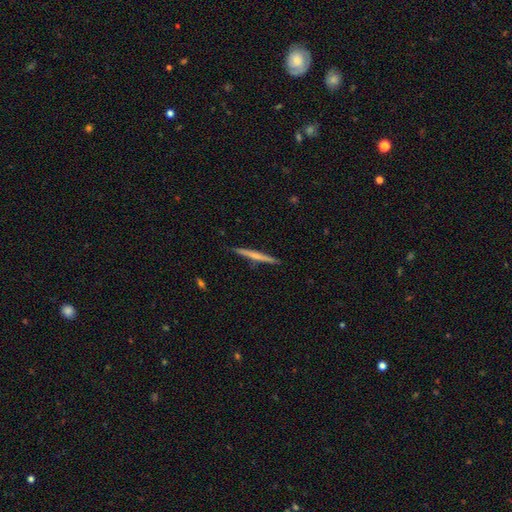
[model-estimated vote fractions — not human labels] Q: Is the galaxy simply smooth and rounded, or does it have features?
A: featured or disk — 52%.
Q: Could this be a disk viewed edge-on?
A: yes — 98%.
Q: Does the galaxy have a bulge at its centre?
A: none — 60%.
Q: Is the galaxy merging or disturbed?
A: none — 90%.